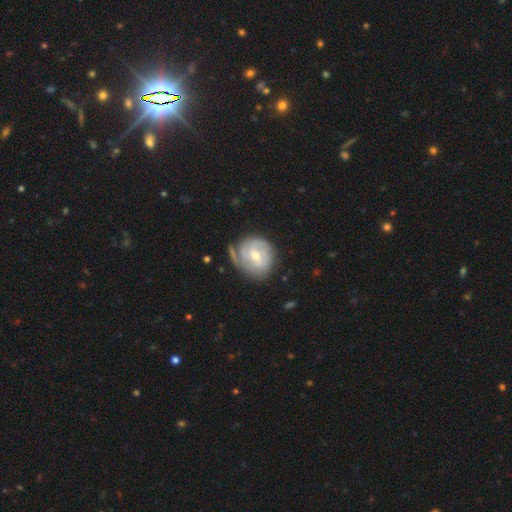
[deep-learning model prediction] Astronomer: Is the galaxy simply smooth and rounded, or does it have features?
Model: featured or disk — 76%.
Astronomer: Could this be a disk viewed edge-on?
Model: no — 97%.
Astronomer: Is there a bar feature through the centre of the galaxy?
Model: weak — 48% (runner-up: no, 38%).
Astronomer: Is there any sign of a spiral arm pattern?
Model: yes — 89%.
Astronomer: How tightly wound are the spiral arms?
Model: tight — 57%.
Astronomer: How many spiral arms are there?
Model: can't tell — 32% (runner-up: 2, 28%).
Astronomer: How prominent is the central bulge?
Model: moderate — 54% (runner-up: small, 43%).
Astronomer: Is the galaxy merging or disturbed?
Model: none — 59%.